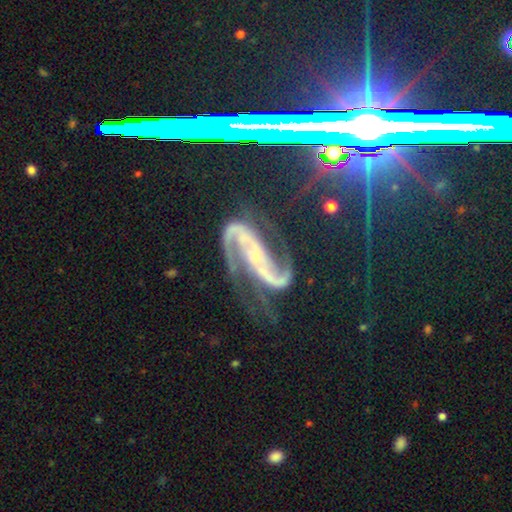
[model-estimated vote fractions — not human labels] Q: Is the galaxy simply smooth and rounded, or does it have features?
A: featured or disk — 87%.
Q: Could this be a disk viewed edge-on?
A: no — 94%.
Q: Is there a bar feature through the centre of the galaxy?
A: strong — 47%.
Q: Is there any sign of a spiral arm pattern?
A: yes — 98%.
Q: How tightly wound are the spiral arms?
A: medium — 46%.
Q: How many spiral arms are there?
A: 2 — 91%.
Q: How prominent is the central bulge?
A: small — 72%.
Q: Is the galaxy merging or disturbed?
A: none — 60%.